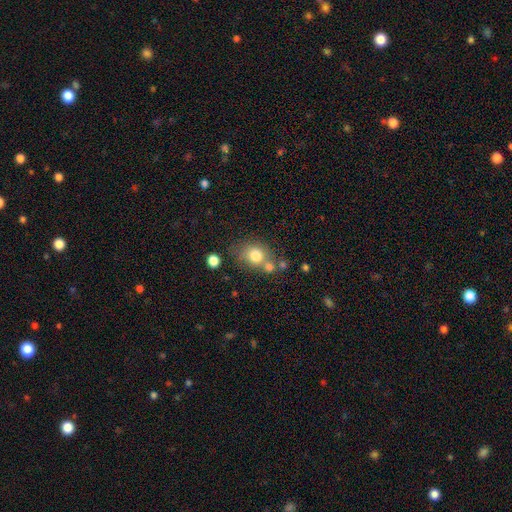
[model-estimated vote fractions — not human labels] A smooth galaxy with no disk features (77%) that is round (61%). Merging: none (53%).